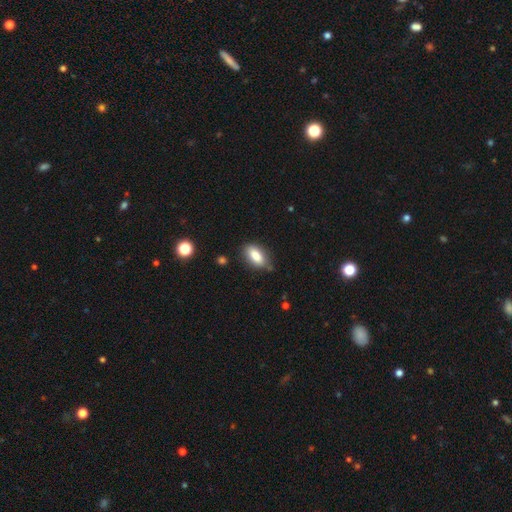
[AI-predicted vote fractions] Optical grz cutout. It shows a smooth galaxy with no disk features (83%) that is in between round and cigar-shaped (87%). Merging: none (78%).